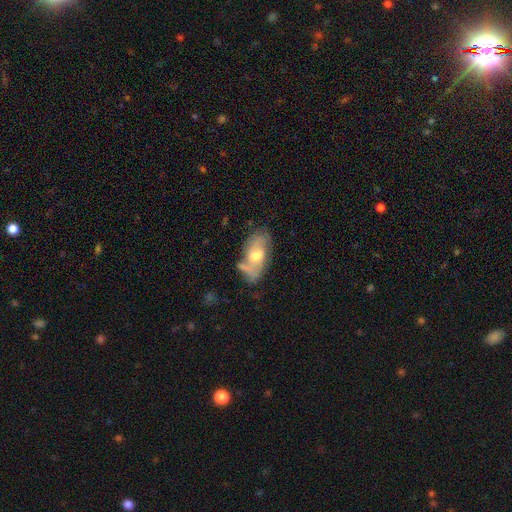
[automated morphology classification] Smooth or featured? featured or disk (55%)
Edge-on disk? no (86%)
Merging? none (51%)